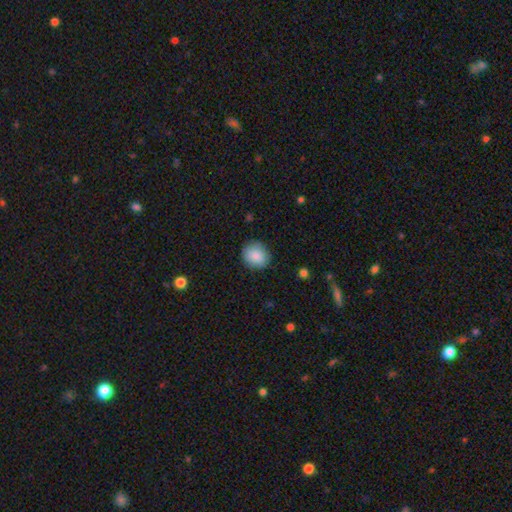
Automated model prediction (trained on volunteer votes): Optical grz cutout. It shows a smooth galaxy with no disk features (86%) that is round (76%). Merging: none (84%).